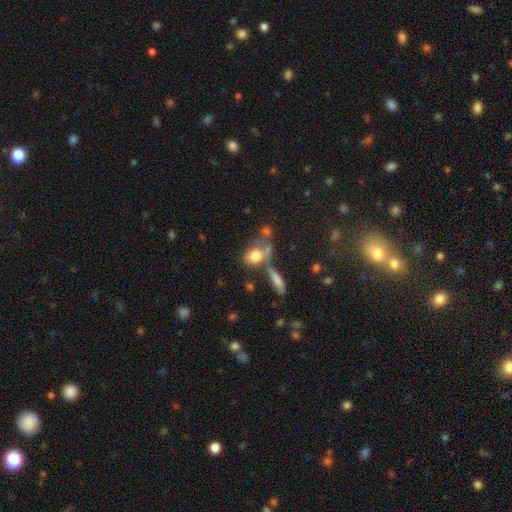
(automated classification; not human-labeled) Q: Smooth or featured?
A: smooth (73%); runner-up: featured or disk (16%)
Q: How rounded?
A: in between (54%); runner-up: round (40%)
Q: Merging?
A: none (39%); runner-up: merger (35%)